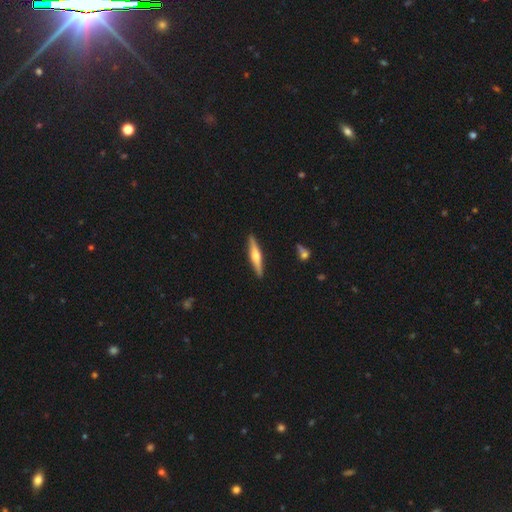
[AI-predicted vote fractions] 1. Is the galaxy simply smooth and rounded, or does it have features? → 60% featured or disk, 35% smooth, 5% star or artifact.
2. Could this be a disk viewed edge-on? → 97% yes, 3% no.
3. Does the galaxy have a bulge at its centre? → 85% rounded, 9% boxy, 6% none.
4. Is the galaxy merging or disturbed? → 90% none, 7% minor disturbance, 1% major disturbance, 1% merger.